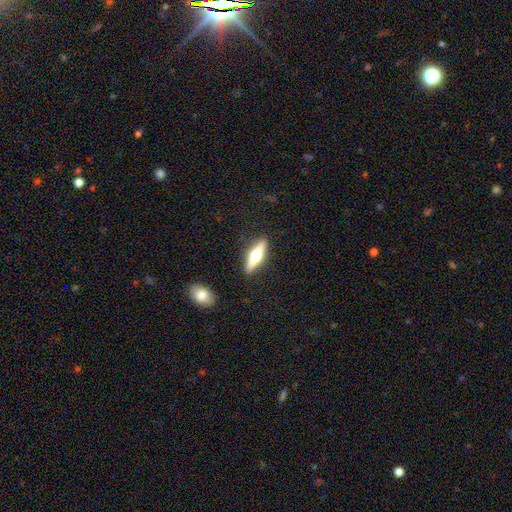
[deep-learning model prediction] Morphology: type=featured or disk (61%); edge-on=yes (96%); edge-on bulge=rounded (94%); merging=none (89%).